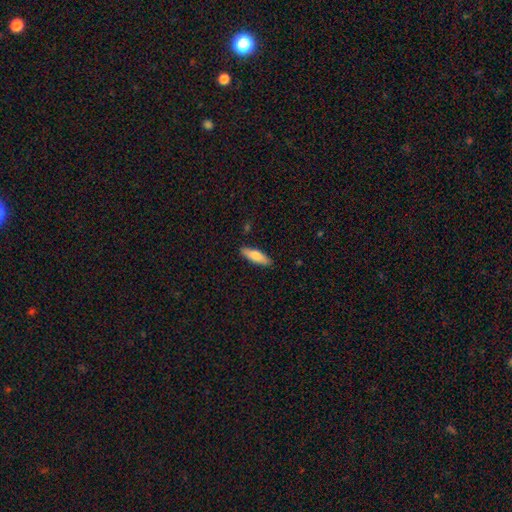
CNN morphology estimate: A smooth galaxy with no disk features (77%) that is cigar-shaped (53%).

Vote fractions:
- Smooth or featured? smooth: 77% / featured or disk: 18% / star or artifact: 5%
- How rounded? cigar-shaped: 53% / in between: 46% / round: 2%
- Merging? none: 87% / minor disturbance: 9% / major disturbance: 2% / merger: 1%